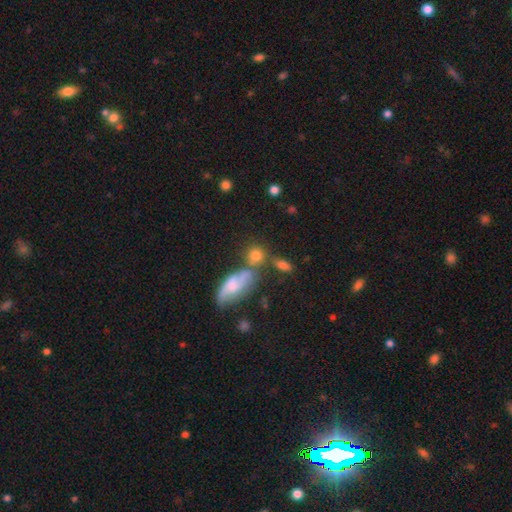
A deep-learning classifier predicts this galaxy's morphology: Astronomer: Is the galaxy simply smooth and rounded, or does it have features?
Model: smooth — 77%.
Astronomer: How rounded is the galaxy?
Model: round — 69%.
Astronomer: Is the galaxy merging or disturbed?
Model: none — 52%.